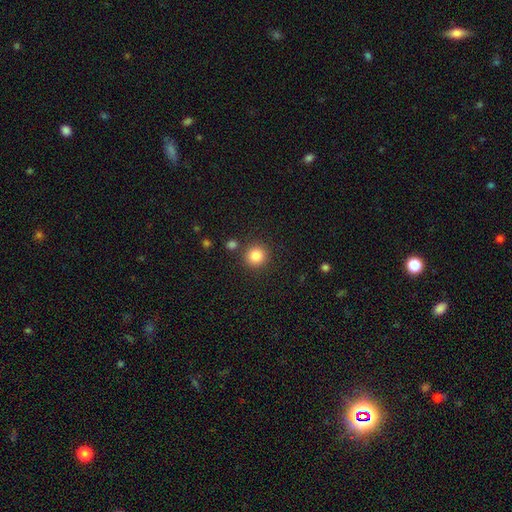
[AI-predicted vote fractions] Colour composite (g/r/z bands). It shows a smooth galaxy with no disk features (84%) that is round (92%). Merging: none (86%).